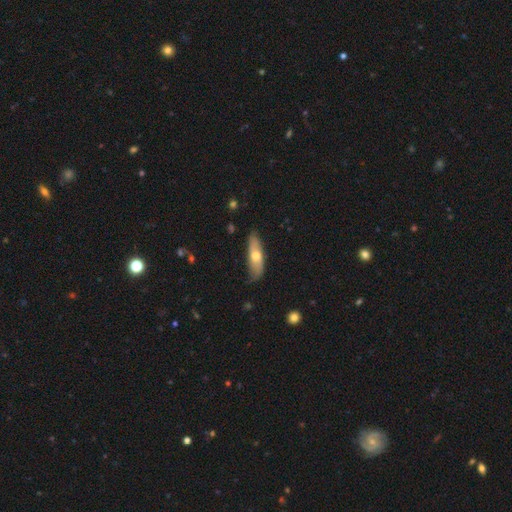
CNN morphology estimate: smooth 59%, featured or disk 35%, star or artifact 6%. Down the decision tree: how rounded — cigar-shaped (51%); merging — none (76%).